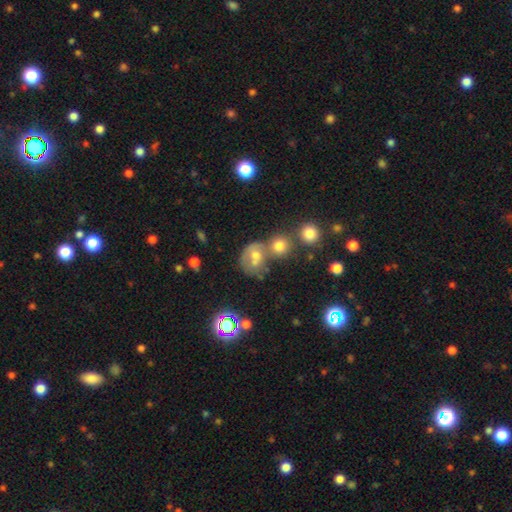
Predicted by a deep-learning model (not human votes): Smooth or featured? Predicted: smooth (p=0.46). Merging? Predicted: merger (p=0.47).